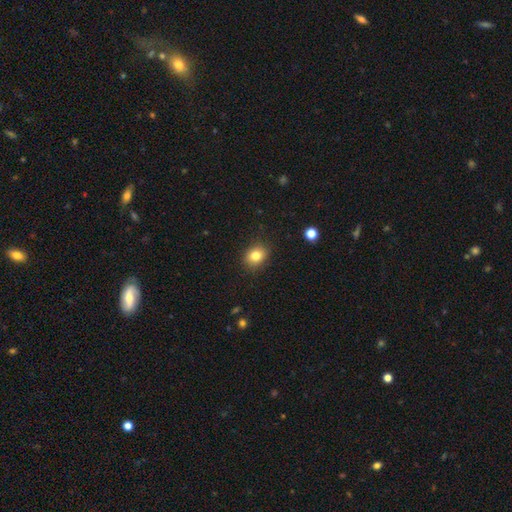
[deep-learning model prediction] Smooth or featured? Predicted: smooth (p=0.82). How rounded? Predicted: round (p=0.53). Merging? Predicted: none (p=0.87).